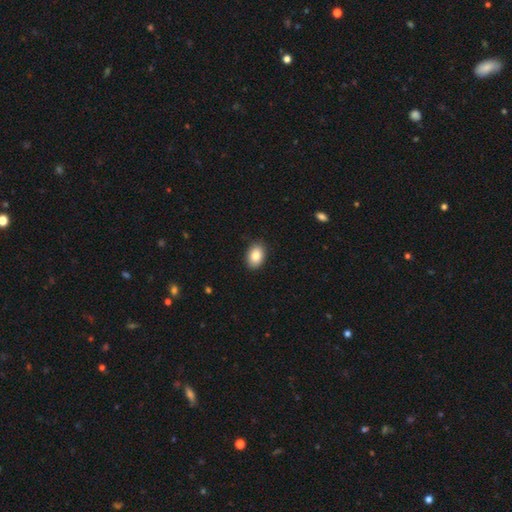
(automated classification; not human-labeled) Overall: smooth (86%). How rounded: in between (83%). Merging: none (88%).